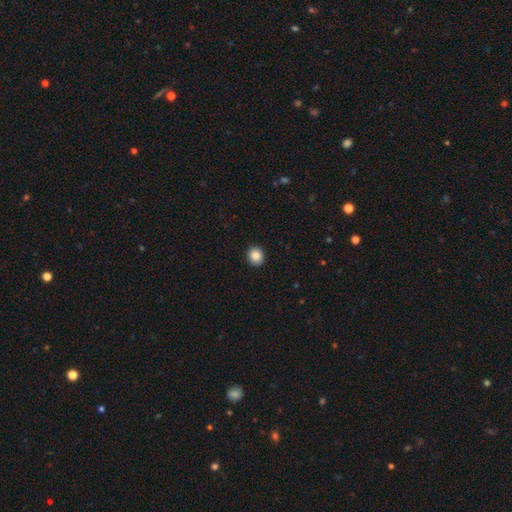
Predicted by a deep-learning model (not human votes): Smooth or featured? Predicted: smooth (p=0.87). How rounded? Predicted: round (p=0.76). Merging? Predicted: none (p=0.92).